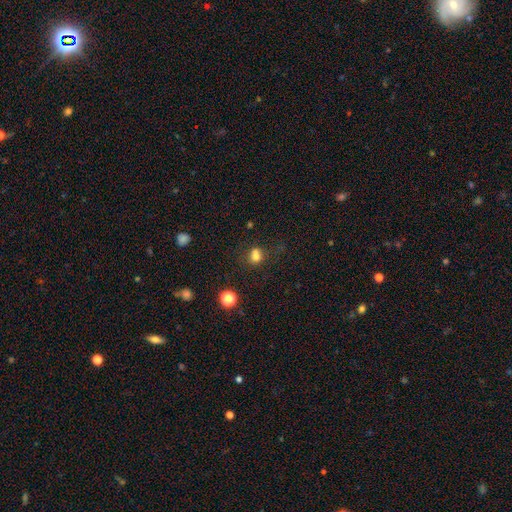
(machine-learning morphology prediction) Smooth or featured: smooth — 75% (star or artifact — 16%)
How rounded: round — 59% (in between — 40%)
Merging: none — 52% (merger — 22%)